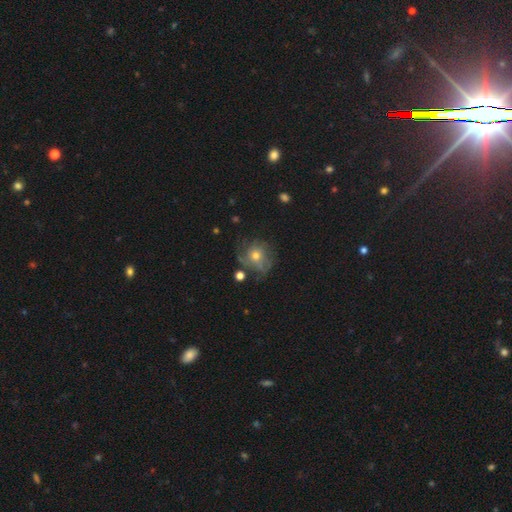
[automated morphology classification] Overall: featured or disk (51%; smooth 37%). Edge-on disk: no (97%). Merging: none (55%; minor disturbance 23%).